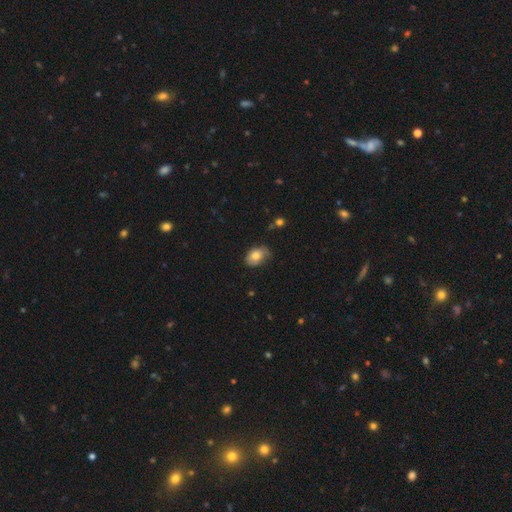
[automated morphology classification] Smooth or featured? Predicted: smooth (p=0.77). How rounded? Predicted: in between (p=0.82). Merging? Predicted: none (p=0.59).